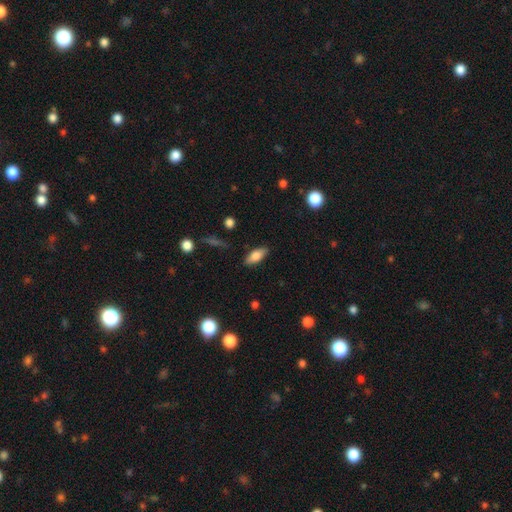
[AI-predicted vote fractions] This is likely a smooth galaxy (78%). How rounded: clearly in between (81%). Merging: clearly none (85%).